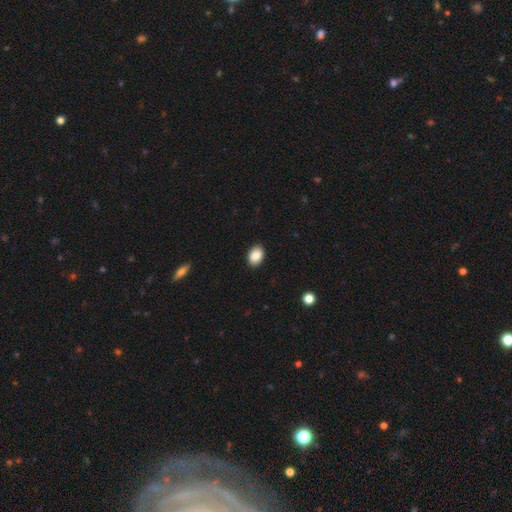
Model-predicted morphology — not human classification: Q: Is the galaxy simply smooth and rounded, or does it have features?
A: smooth — 89%.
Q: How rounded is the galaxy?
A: in between — 85%.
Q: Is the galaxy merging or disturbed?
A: none — 90%.